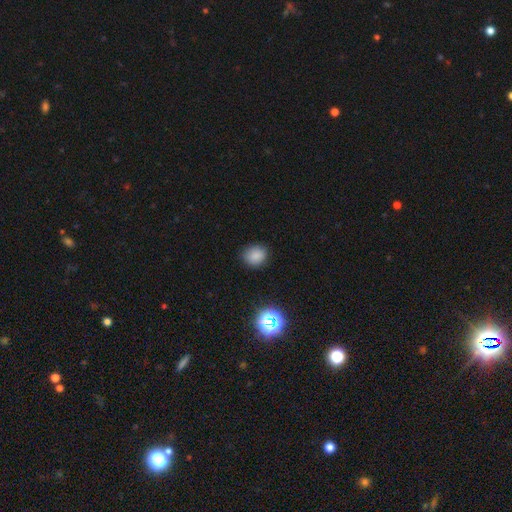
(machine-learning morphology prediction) A smooth galaxy with no disk features (82%) that is round (69%).

Vote fractions:
- Smooth or featured? smooth: 82% / star or artifact: 14% / featured or disk: 4%
- How rounded? round: 69% / in between: 31% / cigar-shaped: 1%
- Merging? none: 84% / minor disturbance: 12% / major disturbance: 3% / merger: 1%